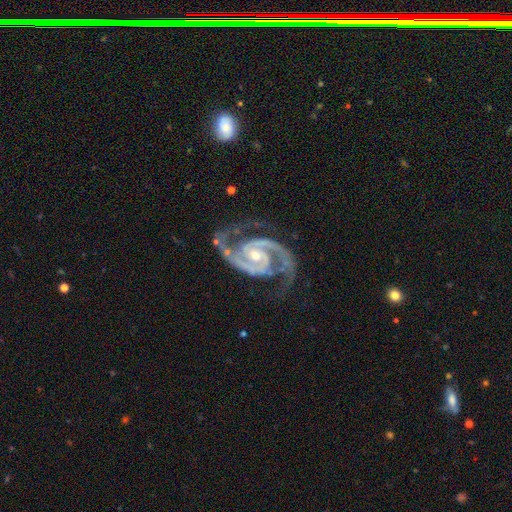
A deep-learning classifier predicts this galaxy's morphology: Smooth or featured?
  - featured or disk: 95% *
  - star or artifact: 4%
  - smooth: 2%
Edge-on disk?
  - no: 98% *
  - yes: 2%
Bar?
  - no: 46% *
  - weak: 39%
  - strong: 15%
Spiral arms?
  - yes: 99% *
  - no: 1%
Spiral winding?
  - medium: 59% *
  - tight: 33%
  - loose: 8%
Spiral arm count?
  - 2: 92% *
  - 3: 3%
  - can't tell: 1%
  - 1: 1%
  - 4: 1%
  - more than 4: 1%
Bulge size?
  - moderate: 49% *
  - small: 47%
  - large: 2%
  - none: 2%
  - dominant: 1%
Merging?
  - none: 72% *
  - minor disturbance: 18%
  - major disturbance: 8%
  - merger: 2%